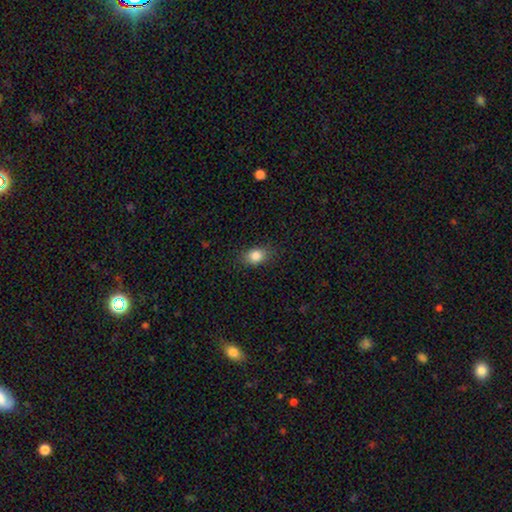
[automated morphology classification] A smooth galaxy with no disk features (84%) that is in between round and cigar-shaped (65%).

Vote fractions:
- Smooth or featured? smooth: 84% / star or artifact: 10% / featured or disk: 6%
- How rounded? in between: 65% / round: 33% / cigar-shaped: 2%
- Merging? none: 82% / minor disturbance: 14% / major disturbance: 4% / merger: 1%